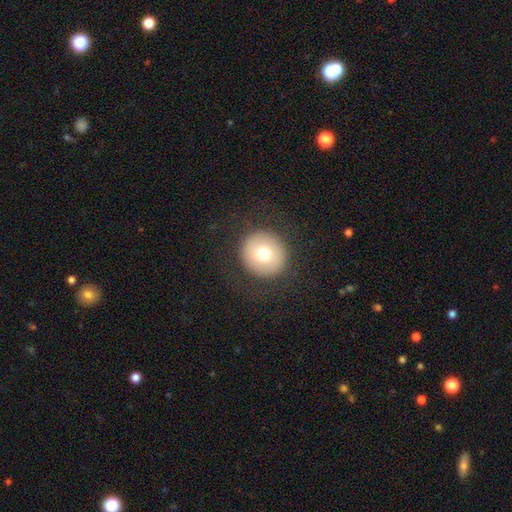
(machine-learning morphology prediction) Overall: smooth (67%). How rounded: round (95%). Merging: none (88%).